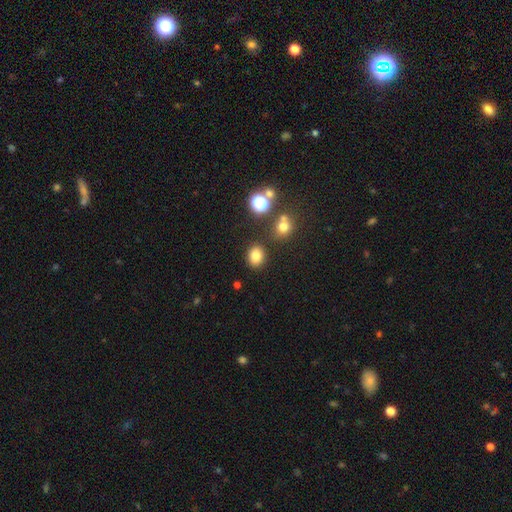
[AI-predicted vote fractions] This is likely a smooth galaxy (80%). How rounded: likely round (61%). Merging: clearly none (83%).